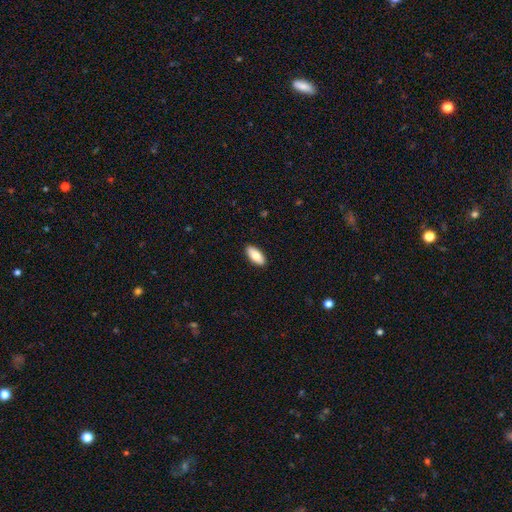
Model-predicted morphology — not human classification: The model was most divided on "smooth or featured": smooth: 82%, featured or disk: 12%, star or artifact: 6%. More confident: merging — none (90%); how rounded — in between (89%).